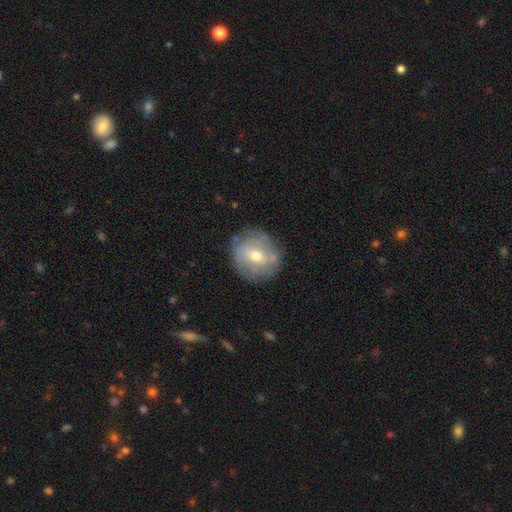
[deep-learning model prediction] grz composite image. It shows a smooth galaxy with no disk features (46%). Merging: none (76%).